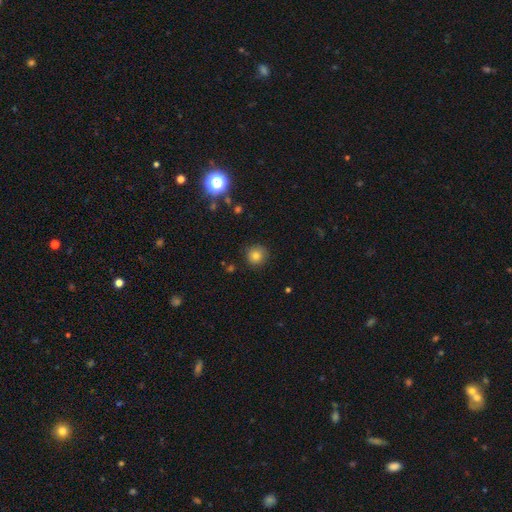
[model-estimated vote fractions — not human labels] The model was most divided on "smooth or featured": smooth: 79%, star or artifact: 13%, featured or disk: 8%. More confident: how rounded — round (93%); merging — none (86%).